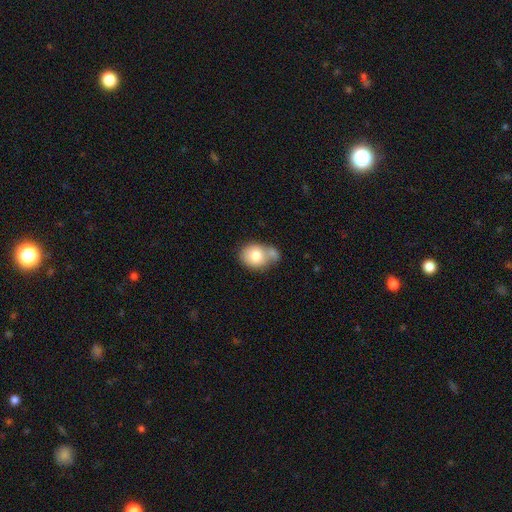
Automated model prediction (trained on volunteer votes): A smooth galaxy with no disk features (78%) that is round (51%). Merging: merger (40%).